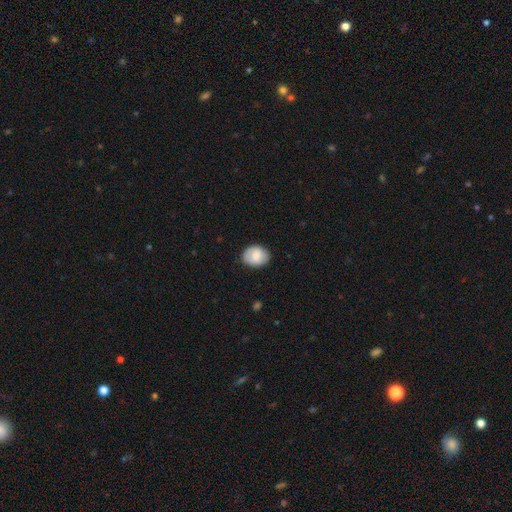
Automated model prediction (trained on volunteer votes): Morphology: type=smooth (79%); roundness=in between (56%); merging=none (82%).